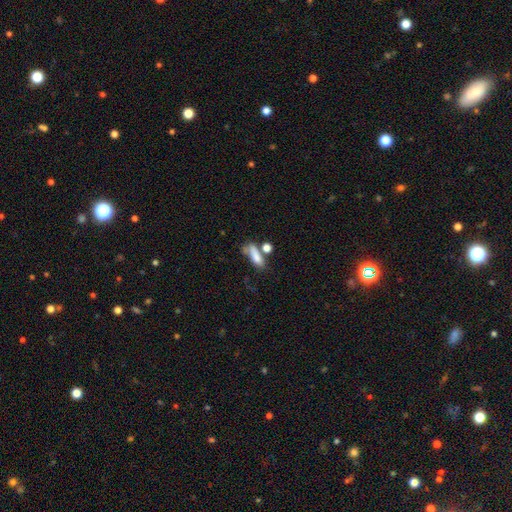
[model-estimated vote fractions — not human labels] A smooth galaxy with no disk features (76%) that is in between round and cigar-shaped (59%).

Vote fractions:
- Smooth or featured? smooth: 76% / featured or disk: 14% / star or artifact: 11%
- How rounded? in between: 59% / cigar-shaped: 34% / round: 7%
- Merging? none: 40% / merger: 29% / minor disturbance: 17% / major disturbance: 14%